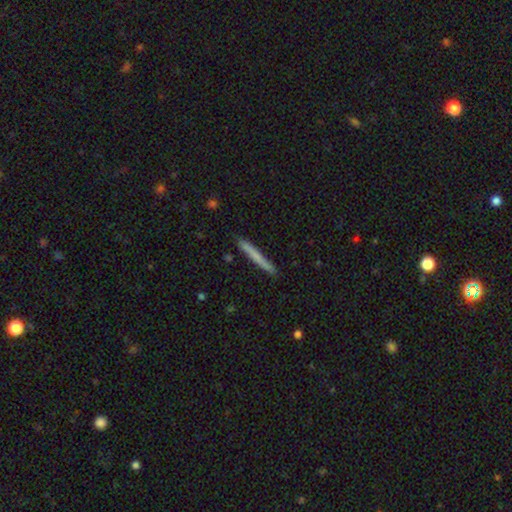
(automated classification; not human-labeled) Smooth or featured? Predicted: smooth (p=0.64). How rounded? Predicted: cigar-shaped (p=0.97). Merging? Predicted: none (p=0.90).